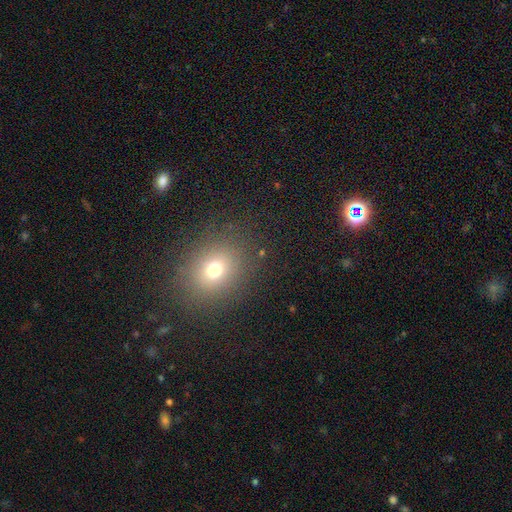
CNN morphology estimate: Smooth or featured?
  - smooth: 67% *
  - star or artifact: 23%
  - featured or disk: 10%
How rounded?
  - round: 61% *
  - in between: 38%
  - cigar-shaped: 1%
Merging?
  - none: 88% *
  - minor disturbance: 7%
  - major disturbance: 3%
  - merger: 2%